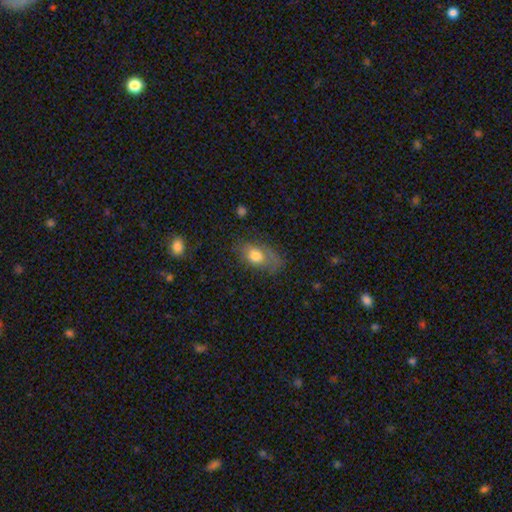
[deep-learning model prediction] Smooth or featured: smooth — 70% (featured or disk — 21%)
How rounded: in between — 82% (round — 14%)
Merging: none — 58% (minor disturbance — 25%)